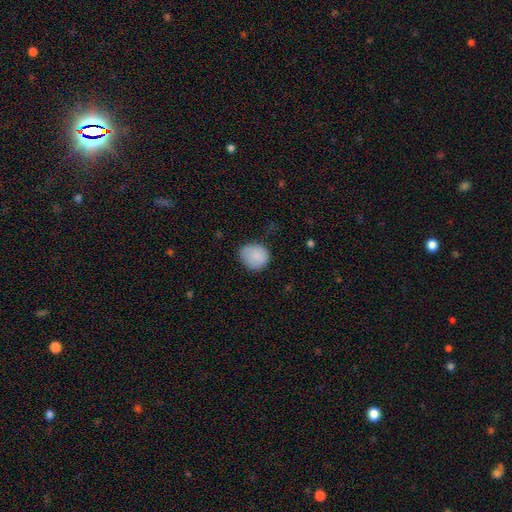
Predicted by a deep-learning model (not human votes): Morphology: type=smooth (86%); roundness=round (70%); merging=none (69%).